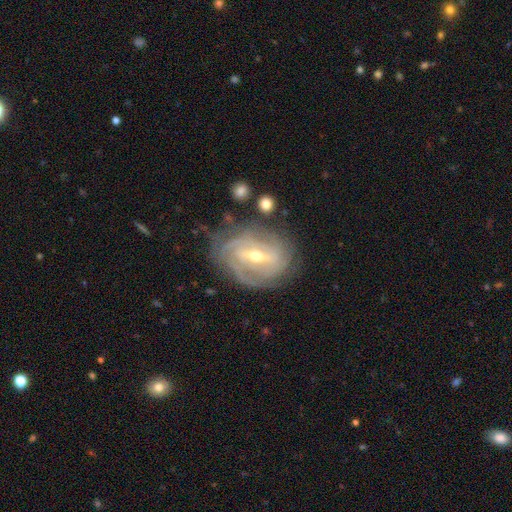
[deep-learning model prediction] smooth_or_featured: featured or disk (p=0.88) [alt: smooth p=0.07]
disk_edge_on: no (p=0.94) [alt: yes p=0.06]
bar: strong (p=0.55) [alt: weak p=0.35]
has_spiral_arms: yes (p=0.93) [alt: no p=0.07]
spiral_winding: tight (p=0.69) [alt: medium p=0.25]
spiral_arm_count: can't tell (p=0.32) [alt: 2 p=0.24]
bulge_size: moderate (p=0.53) [alt: small p=0.43]
merging: none (p=0.73) [alt: minor disturbance p=0.18]